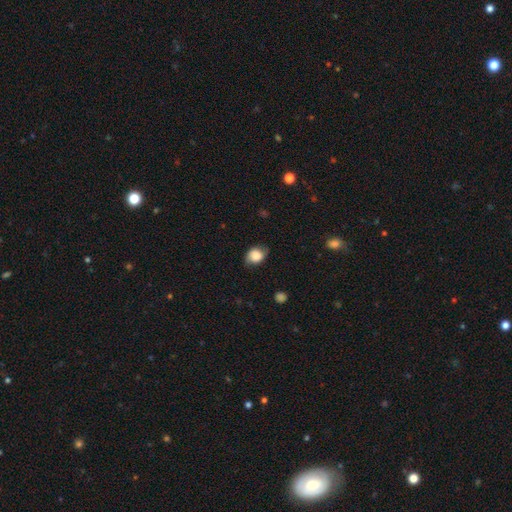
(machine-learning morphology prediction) The model was most divided on "how rounded": in between: 52%, round: 47%, cigar-shaped: 1%. More confident: smooth or featured — smooth (77%); merging — none (65%).